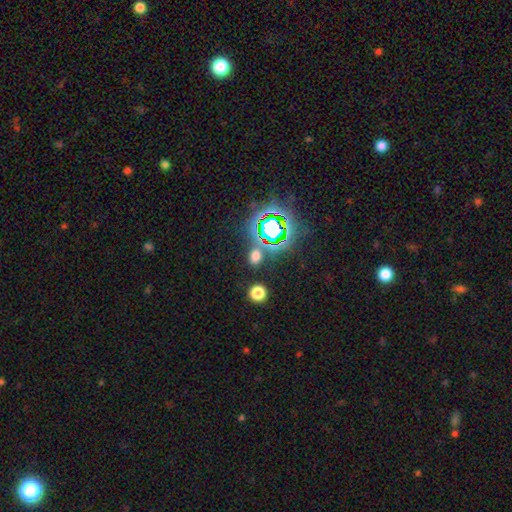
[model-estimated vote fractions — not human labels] The model was most divided on "how rounded": in between: 51%, round: 47%, cigar-shaped: 3%. More confident: merging — none (80%); smooth or featured — smooth (55%).